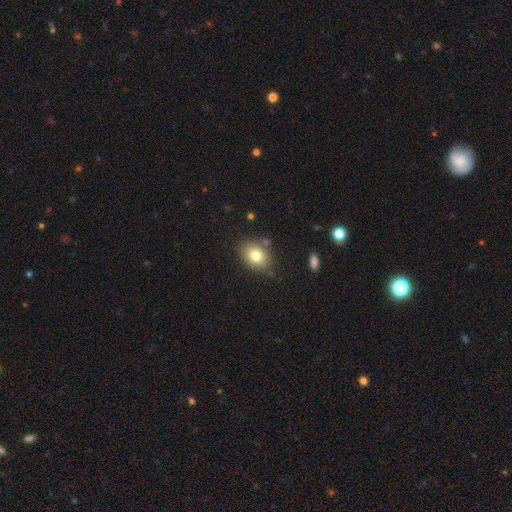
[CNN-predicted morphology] smooth 78%, featured or disk 12%, star or artifact 10%. Down the decision tree: how rounded — in between (70%); merging — none (77%).